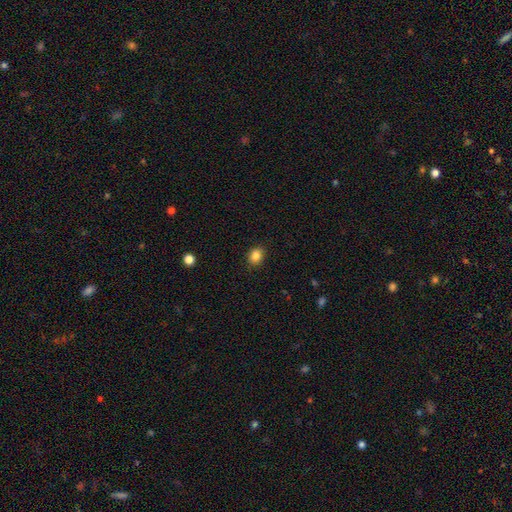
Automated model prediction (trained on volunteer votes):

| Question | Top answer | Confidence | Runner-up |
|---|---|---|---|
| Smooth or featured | smooth | 85% | star or artifact (10%) |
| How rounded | round | 59% | in between (40%) |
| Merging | none | 89% | minor disturbance (8%) |